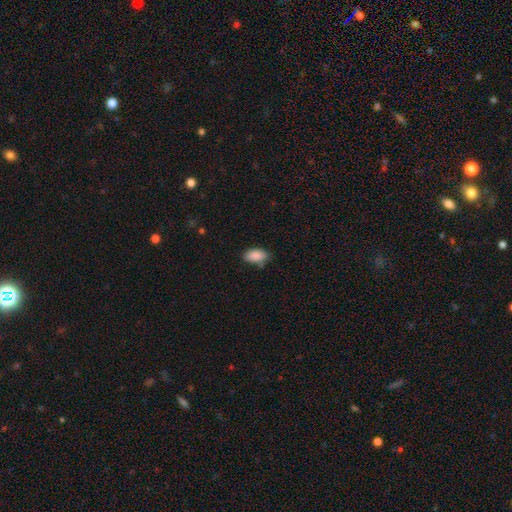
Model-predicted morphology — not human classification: smooth-or-featured: smooth: 89% | star or artifact: 7% | featured or disk: 4%
  how-rounded: in between: 93% | round: 4% | cigar-shaped: 3%
  merging: none: 78% | minor disturbance: 15% | merger: 3% | major disturbance: 3%